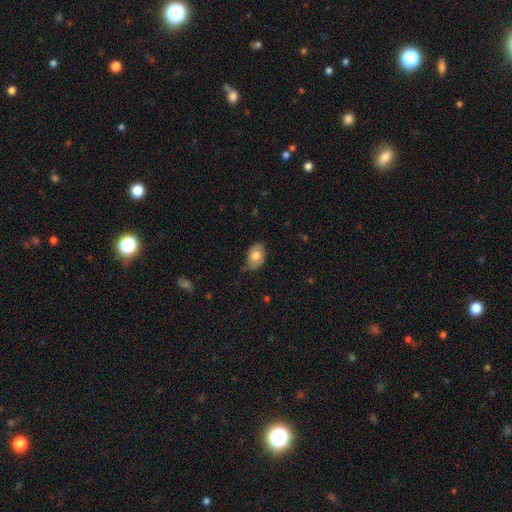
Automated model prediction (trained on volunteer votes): Smooth or featured?
  - smooth: 70% *
  - featured or disk: 23%
  - star or artifact: 7%
How rounded?
  - in between: 83% *
  - round: 16%
  - cigar-shaped: 1%
Merging?
  - none: 60% *
  - minor disturbance: 31%
  - major disturbance: 7%
  - merger: 1%